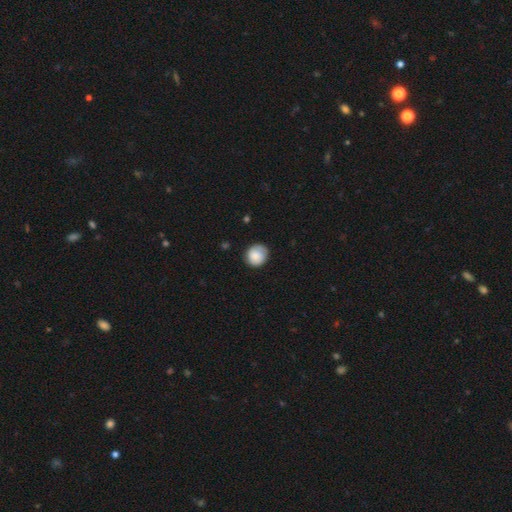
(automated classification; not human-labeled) Smooth or featured? smooth (81%)
How rounded? round (84%)
Merging? none (77%)